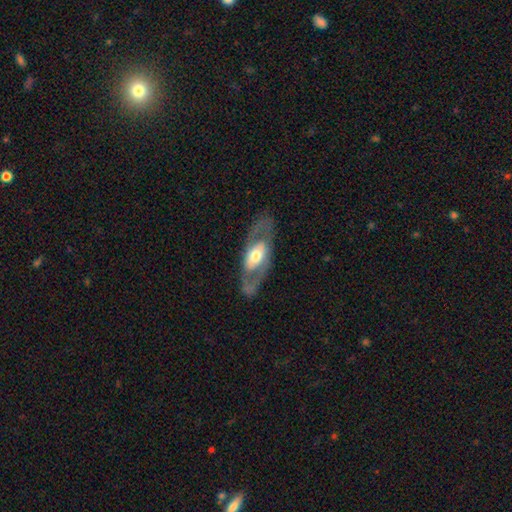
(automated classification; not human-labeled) A featured or disk galaxy (70%) with no bar (65%), no spiral arms (56%) and a moderate central bulge (59%).

Vote fractions:
- Smooth or featured? featured or disk: 70% / smooth: 25% / star or artifact: 5%
- Edge-on disk? no: 83% / yes: 17%
- Bar? no: 65% / weak: 22% / strong: 12%
- Spiral arms? no: 56% / yes: 44%
- Bulge size? moderate: 59% / large: 29% / small: 9% / dominant: 2% / none: 1%
- Merging? none: 78% / minor disturbance: 13% / major disturbance: 8% / merger: 1%